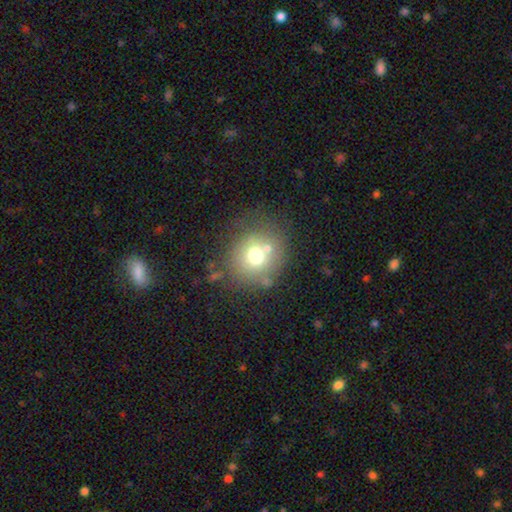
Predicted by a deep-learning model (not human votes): Smooth or featured?
  - smooth: 67% *
  - featured or disk: 17%
  - star or artifact: 16%
How rounded?
  - round: 83% *
  - in between: 16%
  - cigar-shaped: 1%
Merging?
  - none: 68% *
  - merger: 15%
  - minor disturbance: 12%
  - major disturbance: 5%